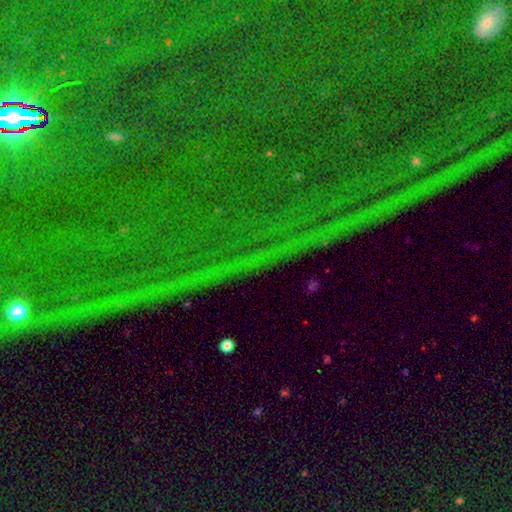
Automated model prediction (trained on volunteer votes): star or artifact 85%, featured or disk 8%, smooth 7%.